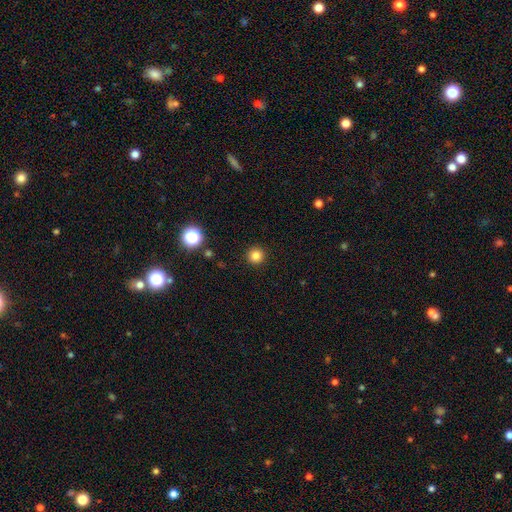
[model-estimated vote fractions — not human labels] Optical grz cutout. It shows a smooth galaxy with no disk features (83%) that is round (96%). Merging: none (93%).